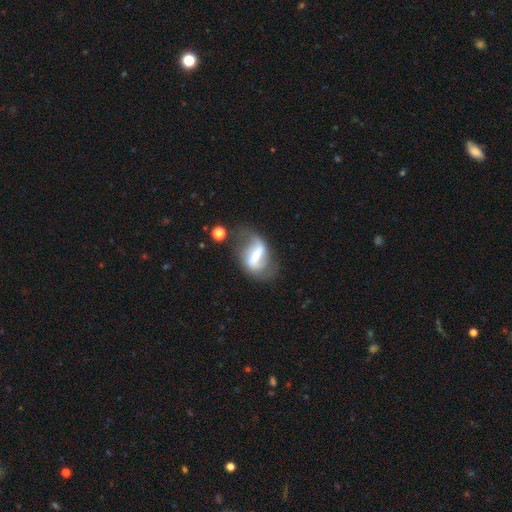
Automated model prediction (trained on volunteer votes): This is likely a featured or disk galaxy (75%). It is clearly not viewed edge-on (93%). Bar: likely strong (65%). Spiral arm pattern: likely yes (78%). Spiral arm count: clearly 2 (81%). Spiral winding: likely loose (65%). Central bulge: marginally small (41%). Merging: possibly none (50%).